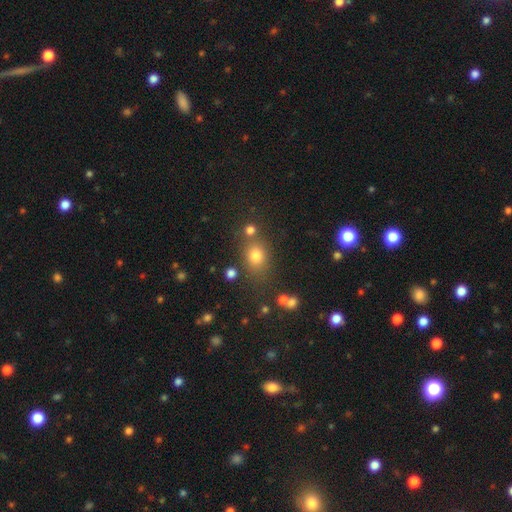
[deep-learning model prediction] Smooth or featured? Predicted: smooth (p=0.76). How rounded? Predicted: round (p=0.52). Merging? Predicted: none (p=0.68).